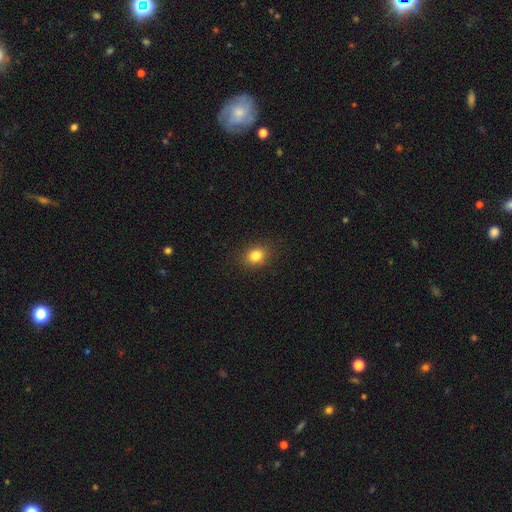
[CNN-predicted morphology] smooth-or-featured: smooth: 82% | star or artifact: 12% | featured or disk: 6%
  how-rounded: round: 56% | in between: 43% | cigar-shaped: 1%
  merging: none: 89% | minor disturbance: 8% | major disturbance: 2% | merger: 1%